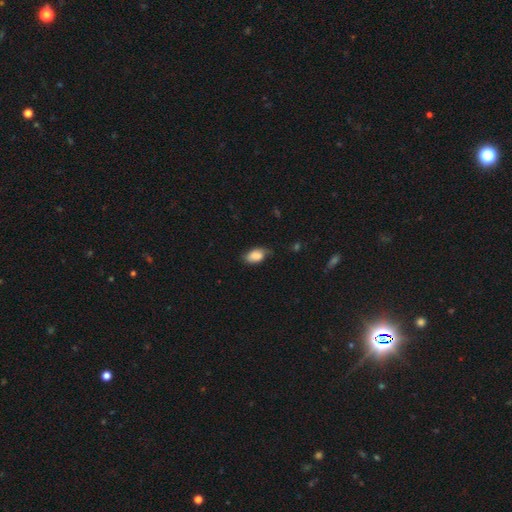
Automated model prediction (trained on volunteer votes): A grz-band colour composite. It shows a smooth galaxy with no disk features (83%) that is in between round and cigar-shaped (92%). Merging: none (60%).